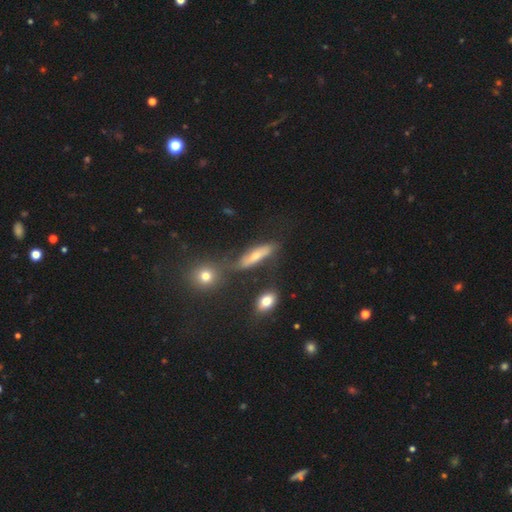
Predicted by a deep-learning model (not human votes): Smooth or featured?
  - smooth: 44% *
  - featured or disk: 41%
  - star or artifact: 14%
Merging?
  - none: 58% *
  - minor disturbance: 20%
  - merger: 12%
  - major disturbance: 10%